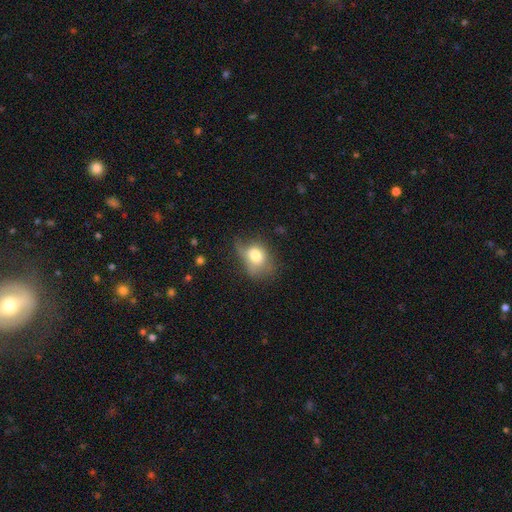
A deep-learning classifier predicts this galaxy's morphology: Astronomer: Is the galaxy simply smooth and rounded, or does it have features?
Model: smooth — 68%.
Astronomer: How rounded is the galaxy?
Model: in between — 58% (runner-up: round, 41%).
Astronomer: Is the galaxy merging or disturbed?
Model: minor disturbance — 34% (runner-up: none, 32%).